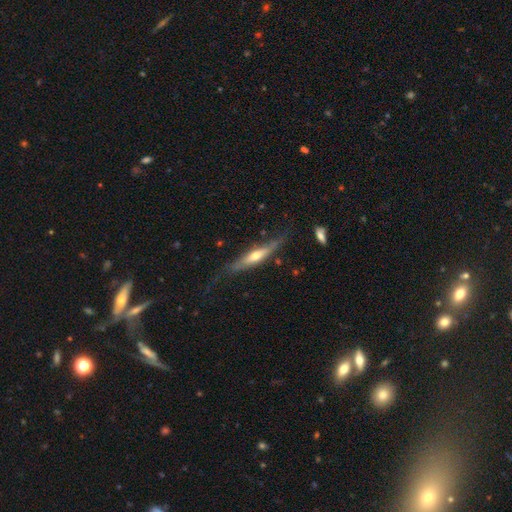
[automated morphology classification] type=featured or disk (62%); edge-on=yes (90%); edge-on bulge=rounded (80%); merging=none (67%).